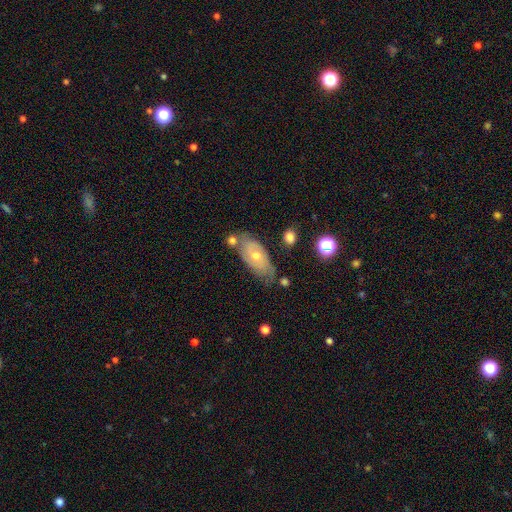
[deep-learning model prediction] Smooth or featured?
  - featured or disk: 62% *
  - smooth: 29%
  - star or artifact: 8%
Edge-on disk?
  - no: 88% *
  - yes: 12%
Bar?
  - no: 79% *
  - weak: 17%
  - strong: 4%
Spiral arms?
  - yes: 71% *
  - no: 29%
Bulge size?
  - moderate: 60% *
  - small: 36%
  - large: 2%
  - none: 1%
  - dominant: 1%
Merging?
  - none: 62% *
  - minor disturbance: 22%
  - merger: 9%
  - major disturbance: 6%